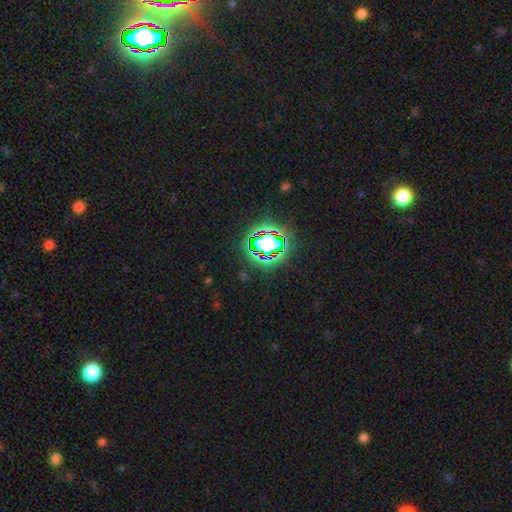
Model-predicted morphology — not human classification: Smooth or featured? Predicted: star or artifact (p=0.81).